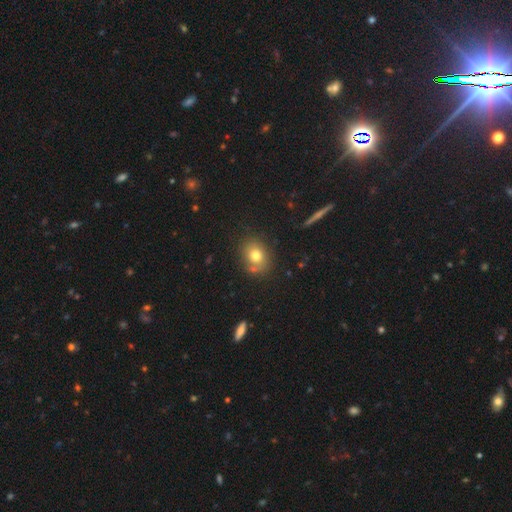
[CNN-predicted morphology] Smooth or featured? Predicted: smooth (p=0.75). How rounded? Predicted: round (p=0.57). Merging? Predicted: none (p=0.75).